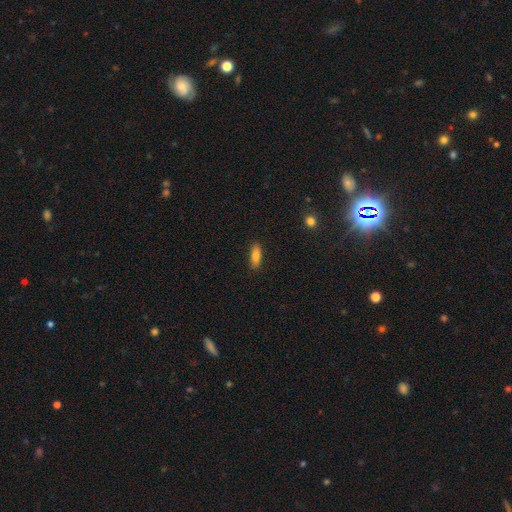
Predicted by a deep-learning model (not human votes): A smooth galaxy with no disk features (82%) that is in between round and cigar-shaped (63%).

Vote fractions:
- Smooth or featured? smooth: 82% / featured or disk: 11% / star or artifact: 7%
- How rounded? in between: 63% / cigar-shaped: 34% / round: 2%
- Merging? none: 88% / minor disturbance: 9% / major disturbance: 2% / merger: 1%